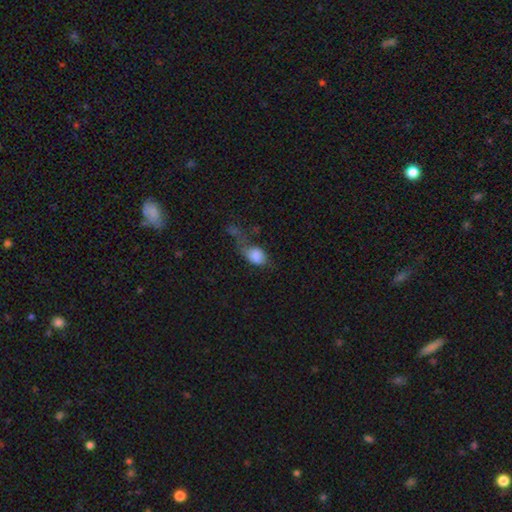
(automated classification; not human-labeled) The model was most divided on "merging": major disturbance: 45%, minor disturbance: 22%, none: 20%, merger: 14%. More confident: how rounded — in between (82%); smooth or featured — smooth (78%).